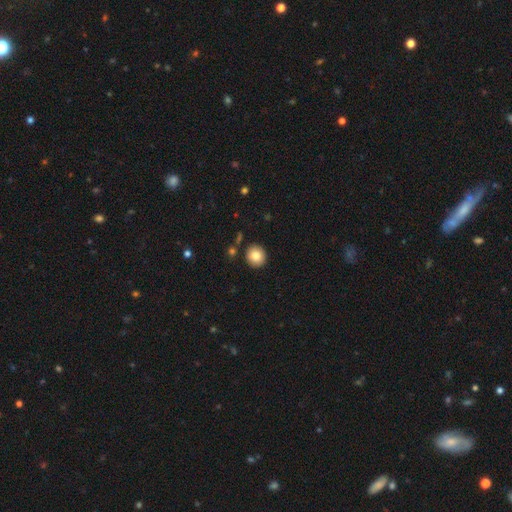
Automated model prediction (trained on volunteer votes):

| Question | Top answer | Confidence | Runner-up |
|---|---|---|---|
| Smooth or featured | smooth | 83% | star or artifact (9%) |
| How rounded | round | 88% | in between (11%) |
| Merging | none | 89% | minor disturbance (6%) |